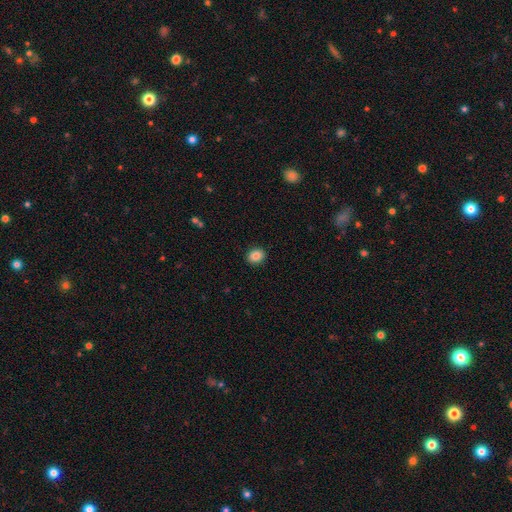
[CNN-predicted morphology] The model was most divided on "how rounded": round: 56%, in between: 43%, cigar-shaped: 1%. More confident: merging — none (90%); smooth or featured — smooth (85%).